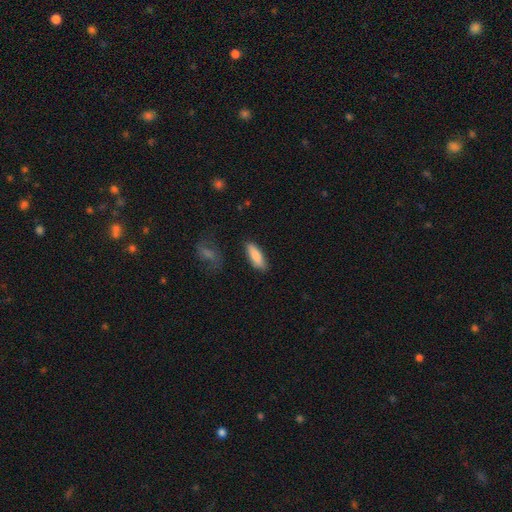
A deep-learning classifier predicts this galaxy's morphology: The model was most divided on "how rounded": in between: 54%, cigar-shaped: 44%, round: 2%. More confident: merging — none (83%); smooth or featured — smooth (83%).